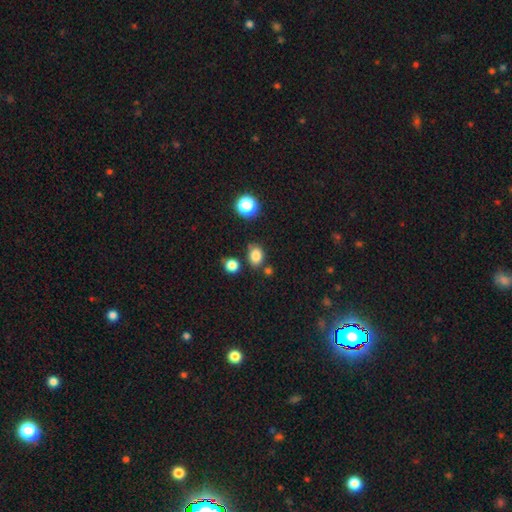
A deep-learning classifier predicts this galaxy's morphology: smooth-or-featured: smooth: 82% | star or artifact: 13% | featured or disk: 5%
  how-rounded: in between: 58% | round: 41% | cigar-shaped: 1%
  merging: none: 73% | minor disturbance: 15% | merger: 8% | major disturbance: 4%